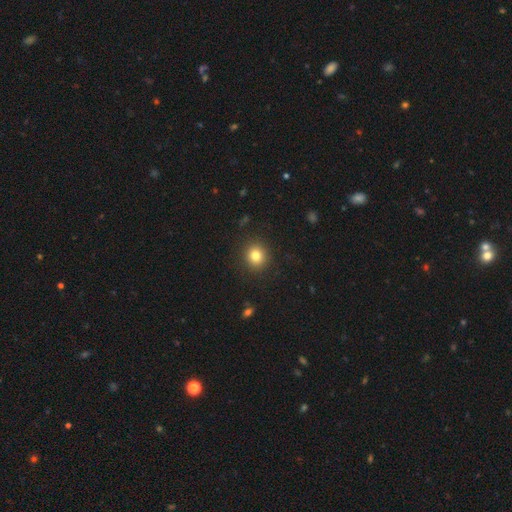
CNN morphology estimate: type=smooth (81%); roundness=round (87%); merging=none (91%).